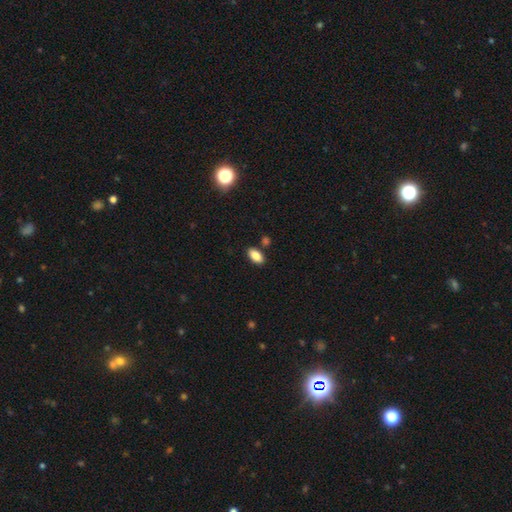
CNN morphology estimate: Smooth or featured? smooth (84%)
How rounded? in between (92%)
Merging? none (83%)